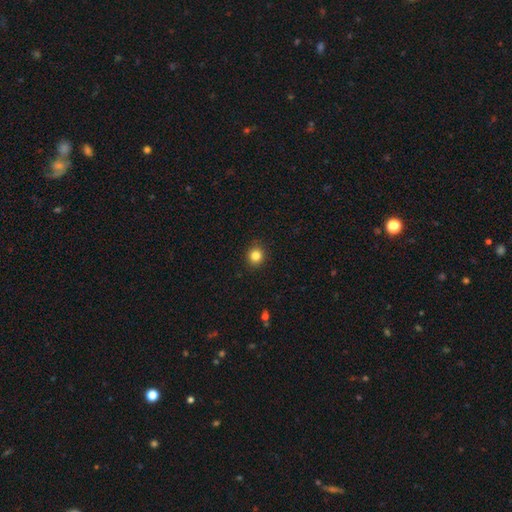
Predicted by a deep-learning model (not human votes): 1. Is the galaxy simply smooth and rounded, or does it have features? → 84% smooth, 11% star or artifact, 5% featured or disk.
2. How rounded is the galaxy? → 88% round, 11% in between, 1% cigar-shaped.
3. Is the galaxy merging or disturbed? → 90% none, 7% minor disturbance, 2% major disturbance, 1% merger.